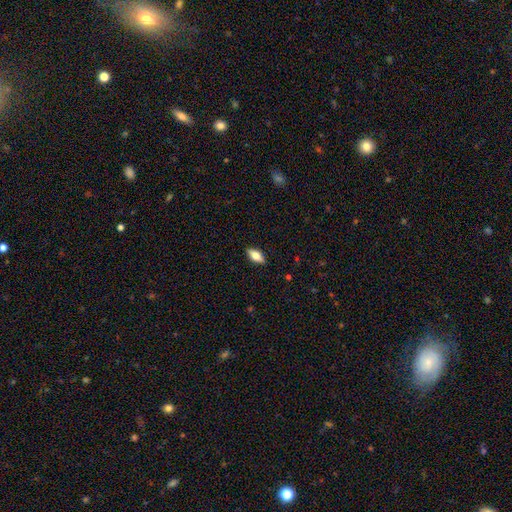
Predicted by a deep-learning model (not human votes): This is likely a smooth galaxy (67%). How rounded: clearly in between (83%). Merging: clearly none (89%).